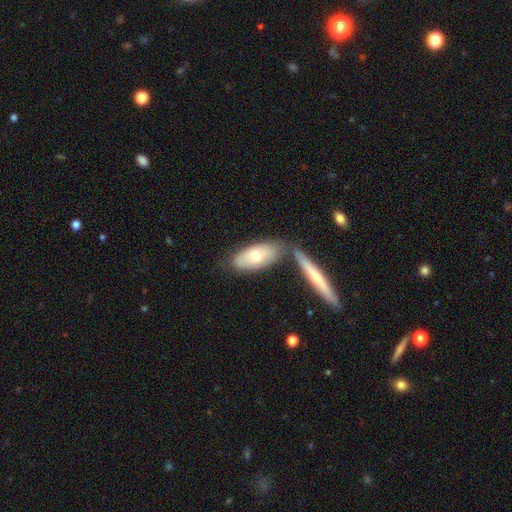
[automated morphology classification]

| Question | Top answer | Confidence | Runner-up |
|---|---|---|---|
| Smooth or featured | smooth | 64% | featured or disk (30%) |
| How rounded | in between | 80% | cigar-shaped (17%) |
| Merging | none | 55% | merger (26%) |